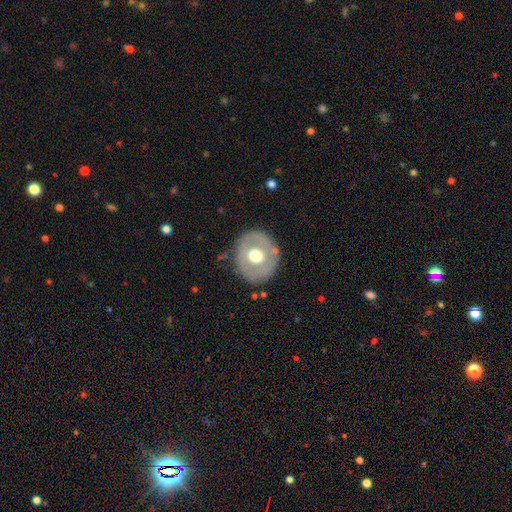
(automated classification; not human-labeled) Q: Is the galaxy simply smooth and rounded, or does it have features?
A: featured or disk — 50%.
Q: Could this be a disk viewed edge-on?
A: no — 95%.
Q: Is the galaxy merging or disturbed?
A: none — 81%.